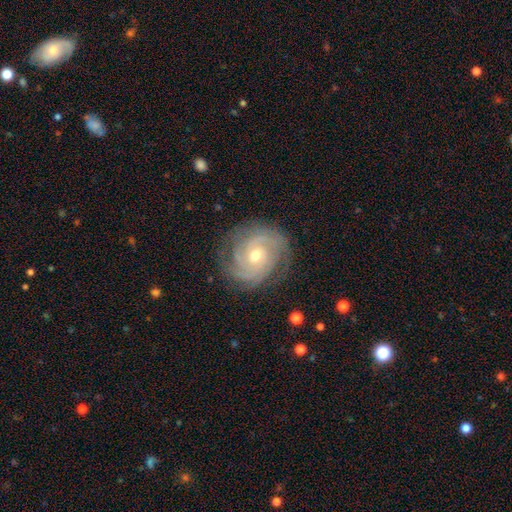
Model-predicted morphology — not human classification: Smooth or featured? Predicted: featured or disk (p=0.89). Edge-on disk? Predicted: no (p=0.97). Bar? Predicted: no (p=0.66). Spiral arms? Predicted: yes (p=0.98). Spiral winding? Predicted: tight (p=0.74). Spiral arm count? Predicted: 3 (p=0.37). Bulge size? Predicted: moderate (p=0.53). Merging? Predicted: none (p=0.82).